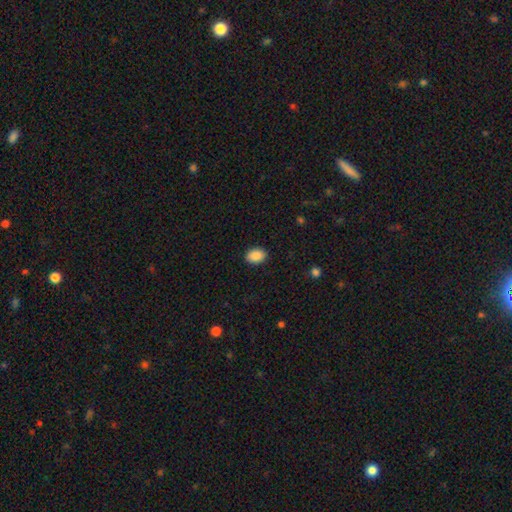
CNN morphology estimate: Smooth or featured? smooth (89%)
How rounded? in between (78%)
Merging? none (90%)